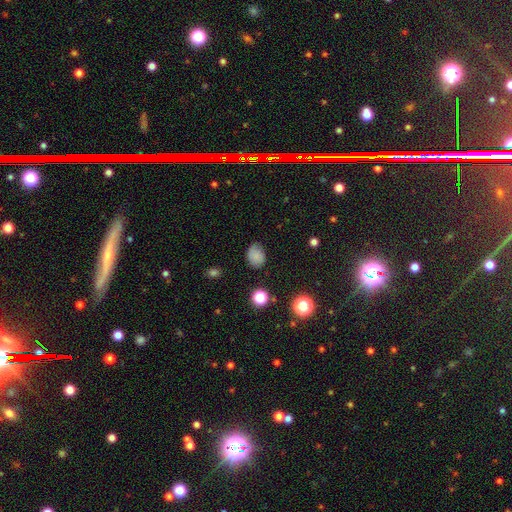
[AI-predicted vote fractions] A smooth galaxy with no disk features (79%) that is in between round and cigar-shaped (58%).

Vote fractions:
- Smooth or featured? smooth: 79% / star or artifact: 13% / featured or disk: 8%
- How rounded? in between: 58% / round: 41% / cigar-shaped: 1%
- Merging? none: 71% / minor disturbance: 22% / major disturbance: 5% / merger: 1%